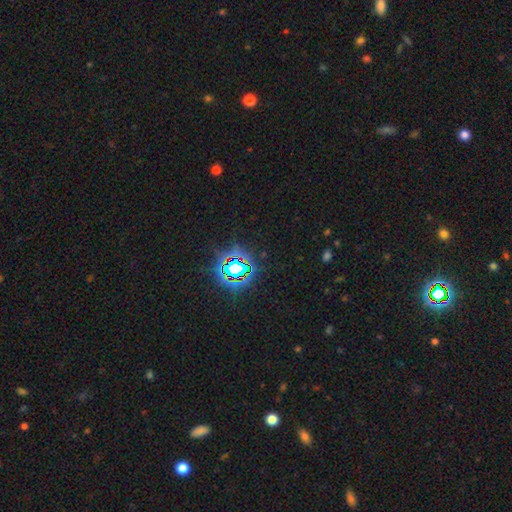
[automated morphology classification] This is clearly a star or artifact rather than a galaxy (82%).